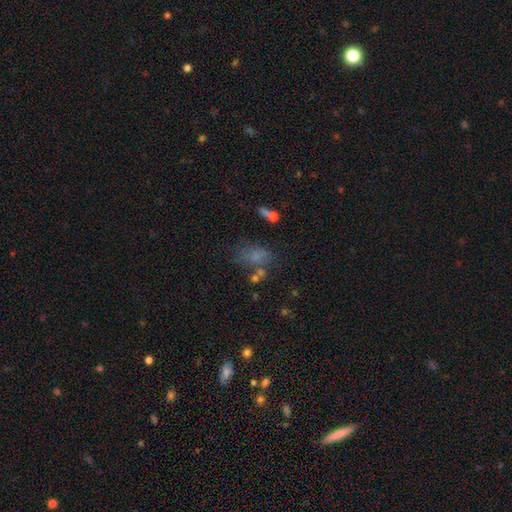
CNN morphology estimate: smooth-or-featured: smooth: 58% | star or artifact: 21% | featured or disk: 21%
  how-rounded: in between: 75% | round: 21% | cigar-shaped: 4%
  merging: none: 48% | minor disturbance: 22% | major disturbance: 16% | merger: 14%